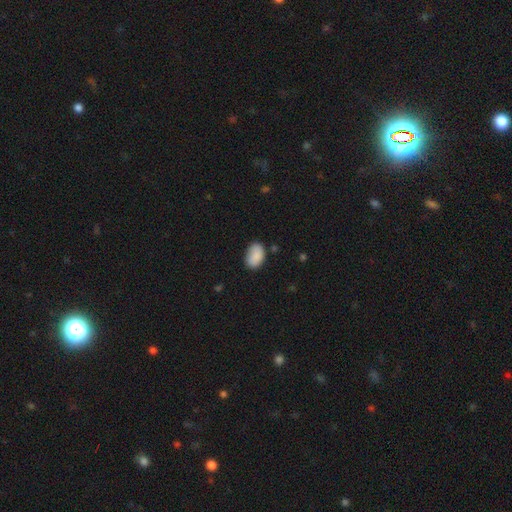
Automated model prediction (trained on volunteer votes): The model was most divided on "merging": none: 71%, minor disturbance: 22%, major disturbance: 5%, merger: 2%. More confident: smooth or featured — smooth (88%); how rounded — in between (87%).